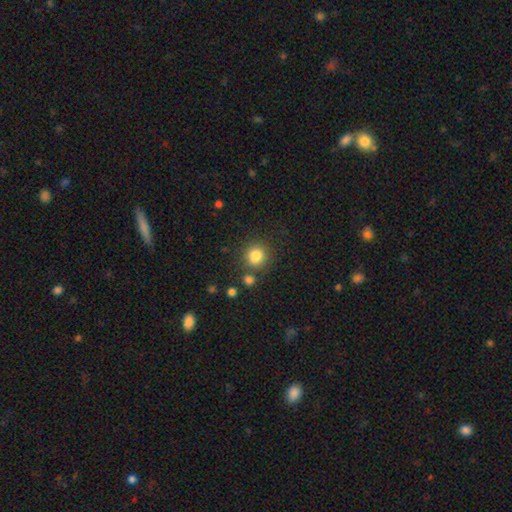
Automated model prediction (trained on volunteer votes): A smooth galaxy with no disk features (83%) that is round (88%).

Vote fractions:
- Smooth or featured? smooth: 83% / star or artifact: 11% / featured or disk: 6%
- How rounded? round: 88% / in between: 12% / cigar-shaped: 1%
- Merging? none: 77% / minor disturbance: 10% / merger: 9% / major disturbance: 4%